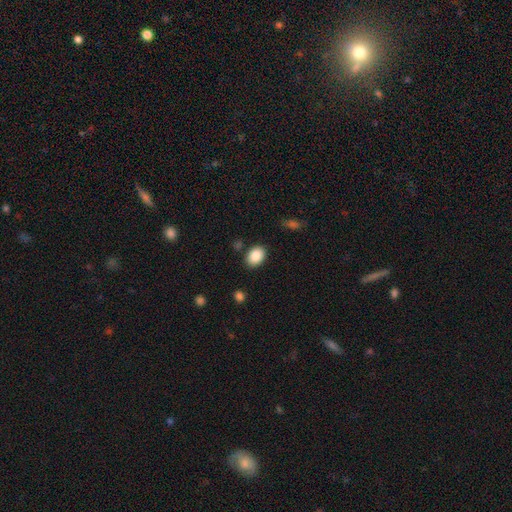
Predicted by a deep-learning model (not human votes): Smooth or featured? smooth (87%)
How rounded? in between (76%)
Merging? none (85%)